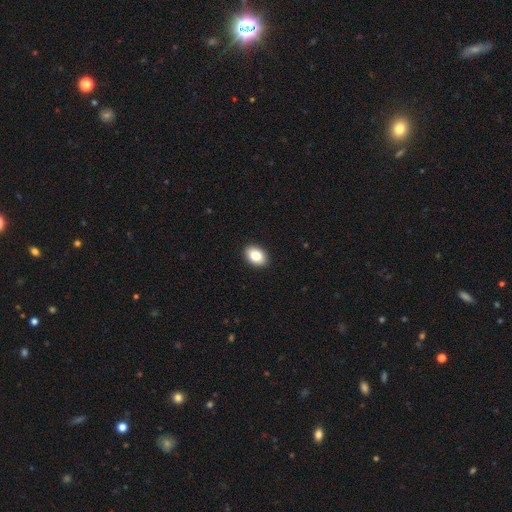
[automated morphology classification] Smooth or featured?
  - smooth: 85% *
  - star or artifact: 8%
  - featured or disk: 7%
How rounded?
  - in between: 81% *
  - round: 18%
  - cigar-shaped: 1%
Merging?
  - none: 91% *
  - minor disturbance: 6%
  - major disturbance: 2%
  - merger: 1%